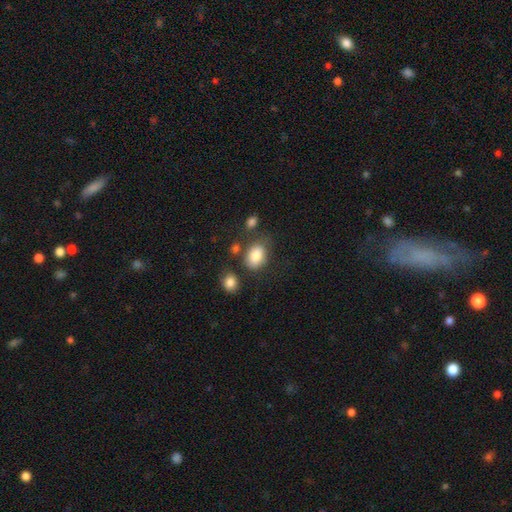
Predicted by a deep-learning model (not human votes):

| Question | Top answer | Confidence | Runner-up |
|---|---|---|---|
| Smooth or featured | smooth | 84% | star or artifact (8%) |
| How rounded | in between | 76% | round (23%) |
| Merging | none | 62% | minor disturbance (21%) |